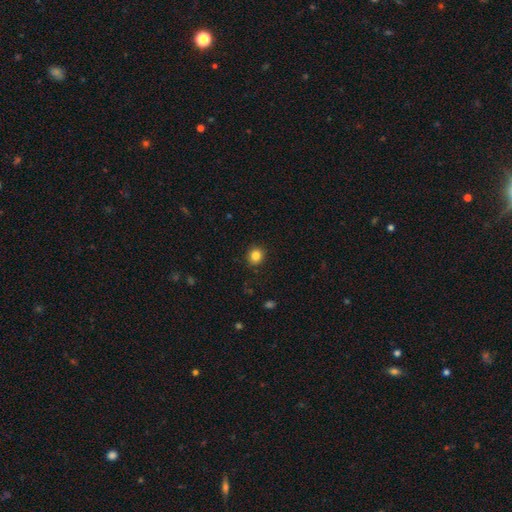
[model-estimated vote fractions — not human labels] Smooth or featured?
  - smooth: 84% *
  - star or artifact: 11%
  - featured or disk: 5%
How rounded?
  - round: 83% *
  - in between: 16%
  - cigar-shaped: 1%
Merging?
  - none: 90% *
  - minor disturbance: 7%
  - major disturbance: 2%
  - merger: 1%